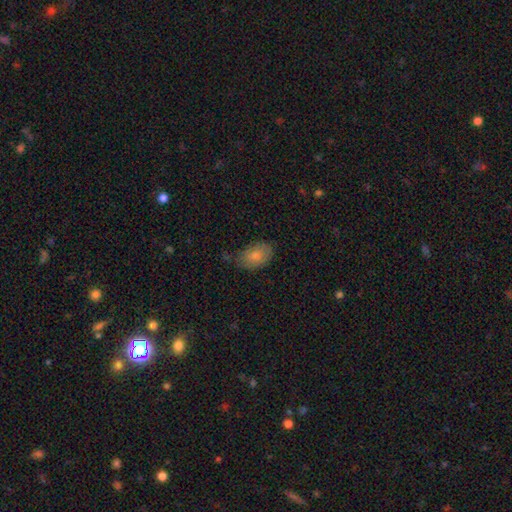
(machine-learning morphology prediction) smooth_or_featured: smooth (p=0.80) [alt: featured or disk p=0.12]
how_rounded: in between (p=0.90) [alt: round p=0.09]
merging: none (p=0.60) [alt: minor disturbance p=0.29]